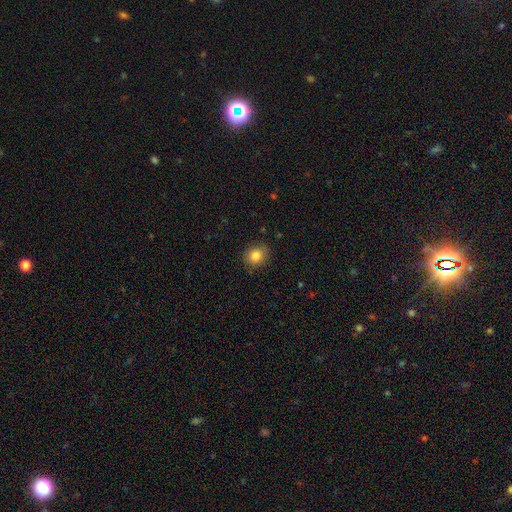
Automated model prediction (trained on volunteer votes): Smooth or featured? Predicted: smooth (p=0.84). How rounded? Predicted: round (p=0.70). Merging? Predicted: none (p=0.87).